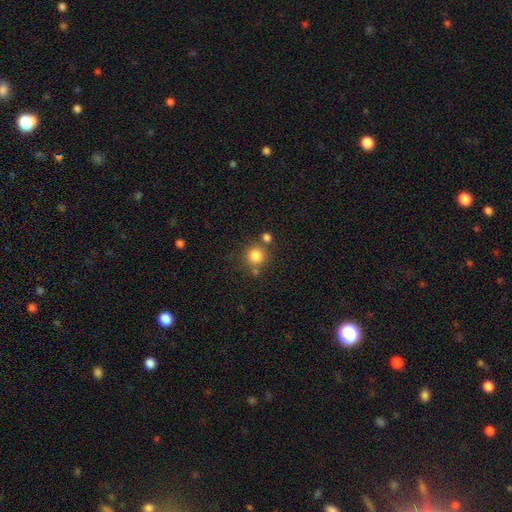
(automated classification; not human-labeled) A smooth galaxy with no disk features (82%) that is round (92%).

Vote fractions:
- Smooth or featured? smooth: 82% / star or artifact: 11% / featured or disk: 6%
- How rounded? round: 92% / in between: 7% / cigar-shaped: 1%
- Merging? none: 70% / merger: 17% / minor disturbance: 10% / major disturbance: 4%